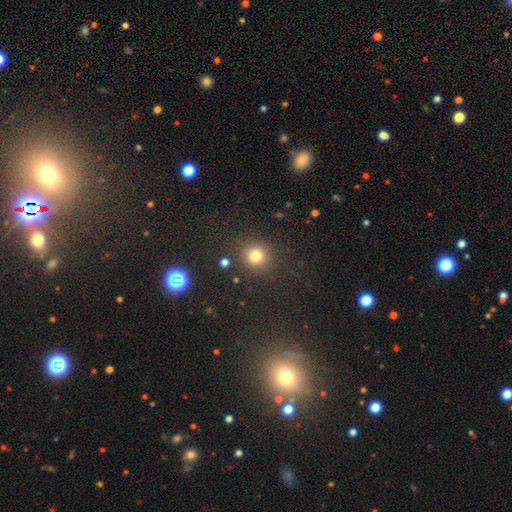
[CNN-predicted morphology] Q: Smooth or featured?
A: smooth (78%); runner-up: star or artifact (17%)
Q: How rounded?
A: round (90%); runner-up: in between (9%)
Q: Merging?
A: none (86%); runner-up: minor disturbance (7%)